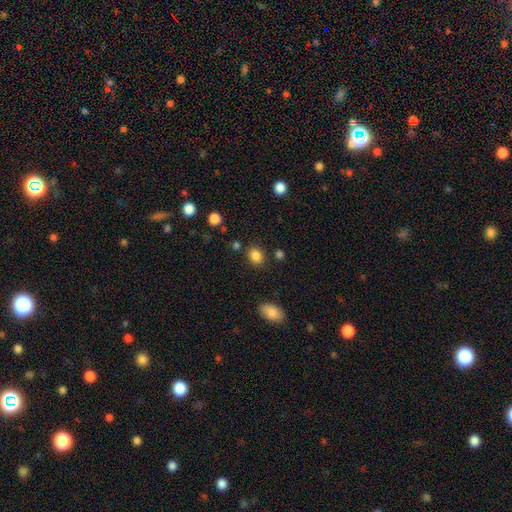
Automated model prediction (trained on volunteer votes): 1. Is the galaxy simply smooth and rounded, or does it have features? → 85% smooth, 11% star or artifact, 4% featured or disk.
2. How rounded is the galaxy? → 52% round, 47% in between, 1% cigar-shaped.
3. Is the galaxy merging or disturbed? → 81% none, 11% minor disturbance, 5% merger, 4% major disturbance.